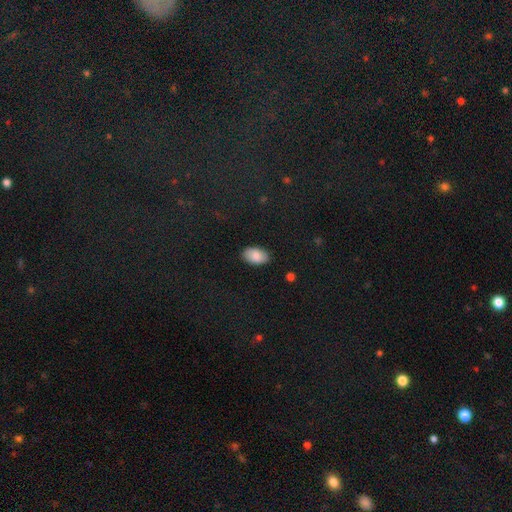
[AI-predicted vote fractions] Smooth or featured? smooth (85%)
How rounded? in between (94%)
Merging? none (86%)